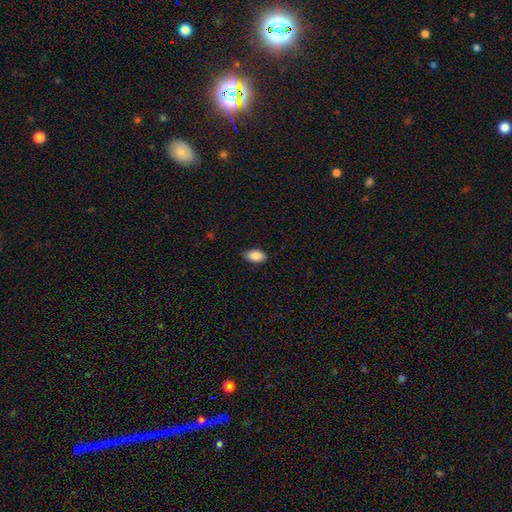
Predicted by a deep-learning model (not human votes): smooth_or_featured: smooth (p=0.89) [alt: star or artifact p=0.07]
how_rounded: in between (p=0.94) [alt: round p=0.04]
merging: none (p=0.85) [alt: minor disturbance p=0.12]